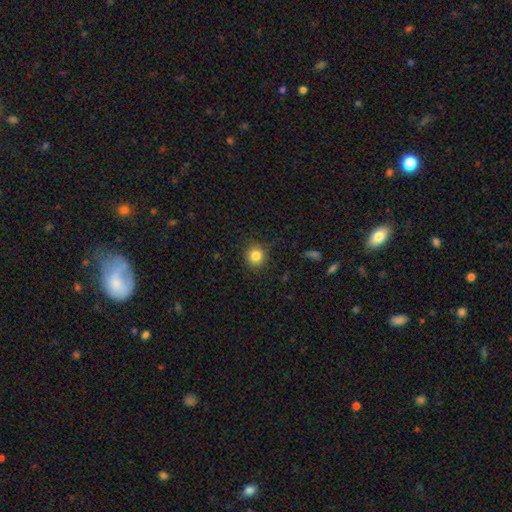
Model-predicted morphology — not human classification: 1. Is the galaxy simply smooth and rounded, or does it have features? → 84% smooth, 11% star or artifact, 5% featured or disk.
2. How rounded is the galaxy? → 91% round, 8% in between, 1% cigar-shaped.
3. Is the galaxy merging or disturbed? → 88% none, 8% minor disturbance, 3% major disturbance, 1% merger.